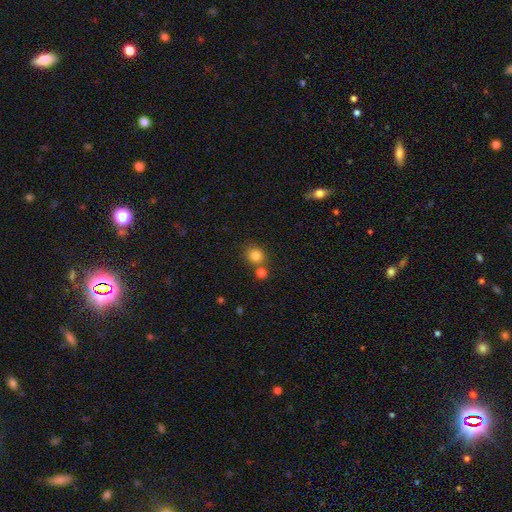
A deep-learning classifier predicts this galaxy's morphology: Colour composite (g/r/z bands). It shows a smooth galaxy with no disk features (83%) that is round (82%). Merging: none (66%).